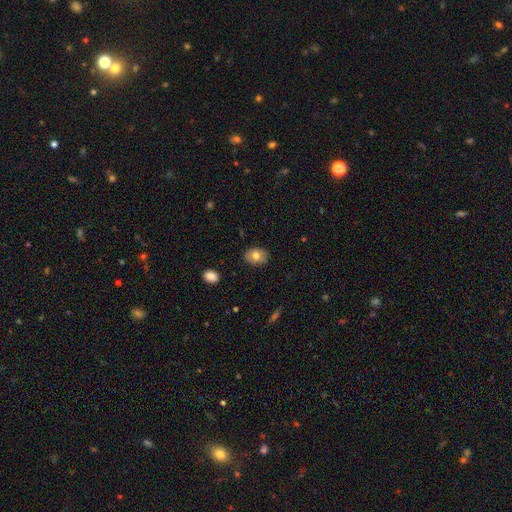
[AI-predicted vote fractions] Smooth or featured? Predicted: smooth (p=0.72). How rounded? Predicted: in between (p=0.59). Merging? Predicted: none (p=0.86).